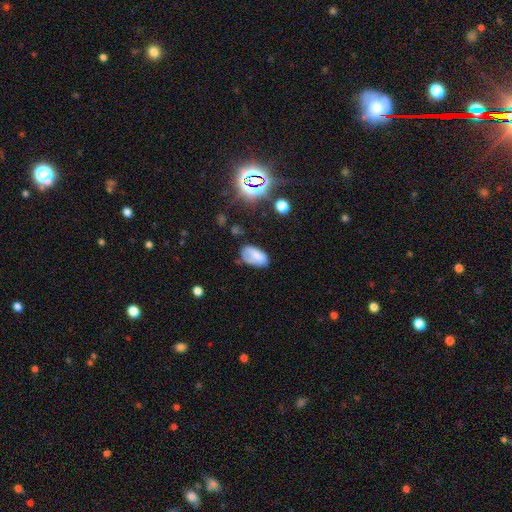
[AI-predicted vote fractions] This appears to be a smooth galaxy with no disk features (73%) that is in between round and cigar-shaped (93%). Merging: none (61%).